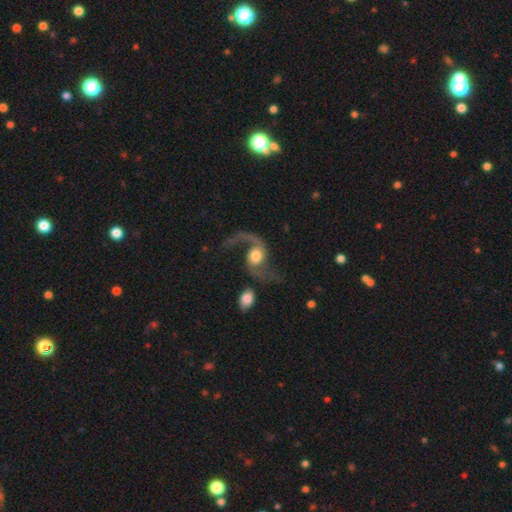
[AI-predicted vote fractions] Overall: featured or disk (85%). Edge-on disk: no (97%). Bar: no (66%; weak 27%). Spiral arms: yes (96%). Spiral arm count: 2 (89%). Spiral winding: loose (84%). Bulge size: moderate (42%; large 38%). Merging: none (53%; major disturbance 24%).